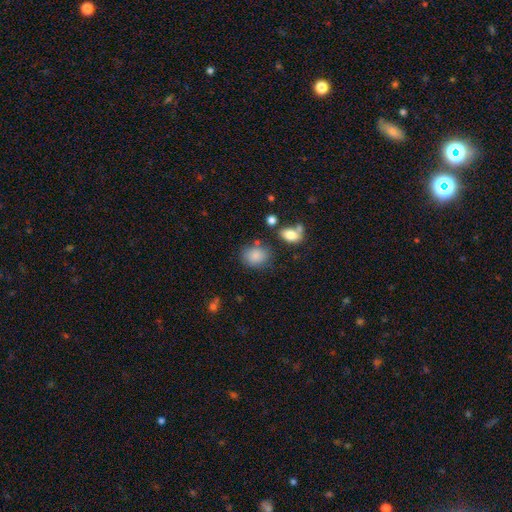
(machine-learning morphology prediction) Smooth or featured? Predicted: smooth (p=0.84). How rounded? Predicted: in between (p=0.51). Merging? Predicted: none (p=0.71).